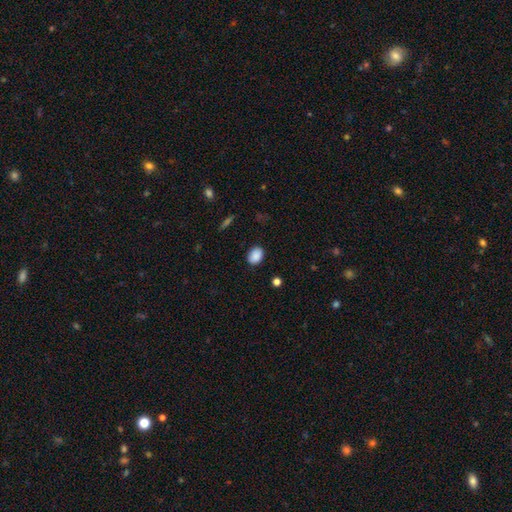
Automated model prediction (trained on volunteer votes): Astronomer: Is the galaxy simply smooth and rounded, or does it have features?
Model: smooth — 89%.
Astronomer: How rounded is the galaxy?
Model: in between — 71%.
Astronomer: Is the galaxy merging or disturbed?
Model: none — 86%.